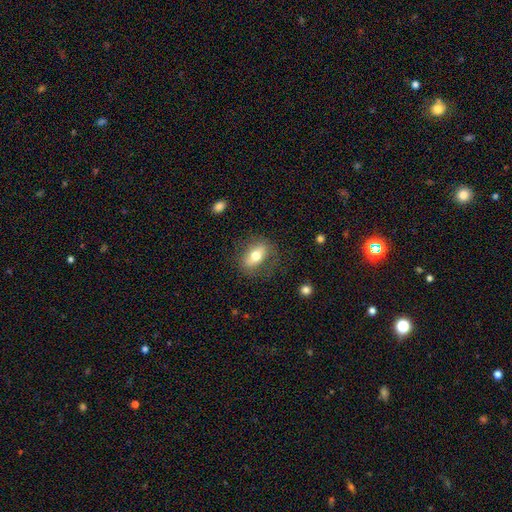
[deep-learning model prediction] Smooth or featured?
  - smooth: 61% *
  - featured or disk: 32%
  - star or artifact: 7%
How rounded?
  - in between: 81% *
  - round: 12%
  - cigar-shaped: 7%
Merging?
  - none: 75% *
  - minor disturbance: 16%
  - major disturbance: 8%
  - merger: 1%